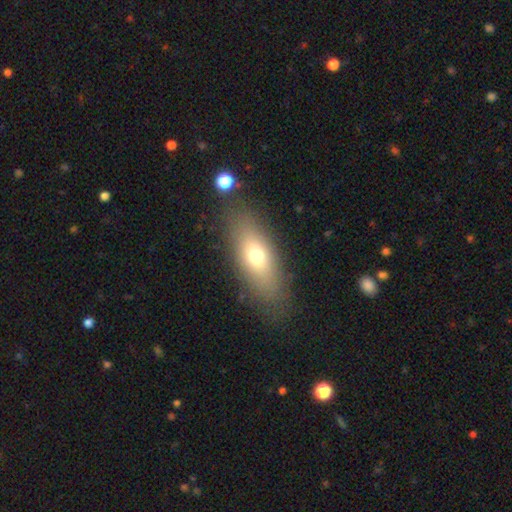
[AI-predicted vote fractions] This appears to be a smooth galaxy with no disk features (66%) that is in between round and cigar-shaped (72%). Merging: none (81%).